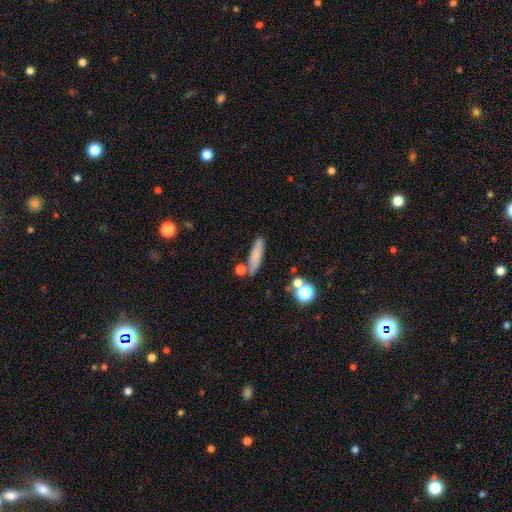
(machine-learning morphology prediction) Smooth or featured? smooth (76%)
How rounded? cigar-shaped (75%)
Merging? none (76%)